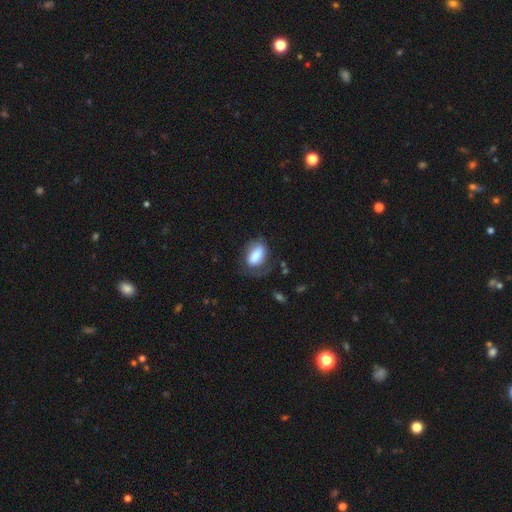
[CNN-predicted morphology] smooth 70%, featured or disk 23%, star or artifact 8%. Down the decision tree: how rounded — in between (87%); merging — none (49%).